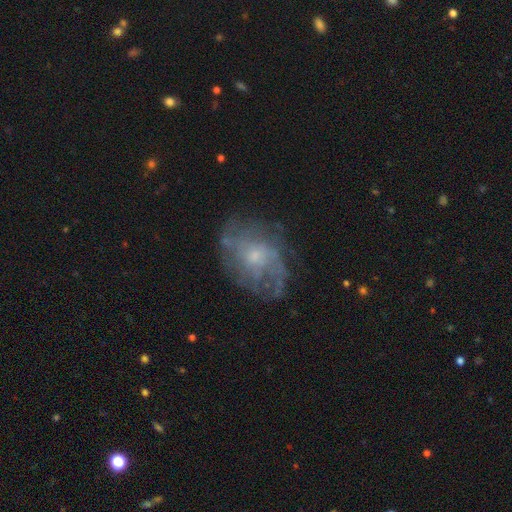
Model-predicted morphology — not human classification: Smooth or featured? featured or disk (68%)
Edge-on disk? no (97%)
Bar? no (79%)
Spiral arms? yes (67%)
Bulge size? small (66%)
Merging? none (63%)